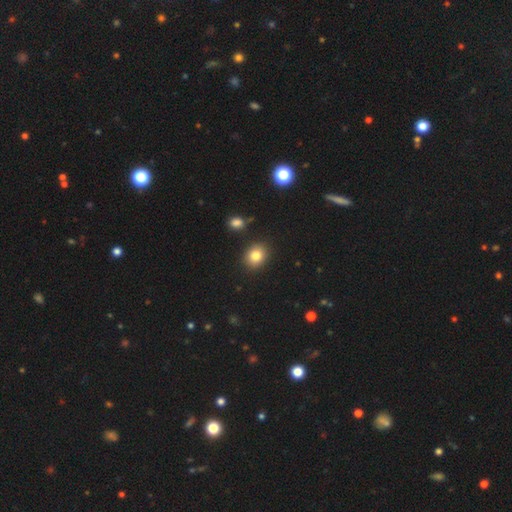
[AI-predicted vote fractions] Smooth or featured? smooth (82%)
How rounded? round (63%)
Merging? none (87%)